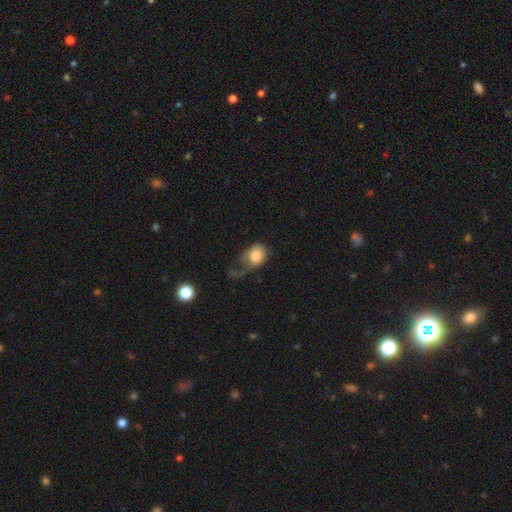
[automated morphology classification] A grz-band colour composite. It shows a smooth galaxy with no disk features (77%) that is in between round and cigar-shaped (60%). Merging: major disturbance (48%).